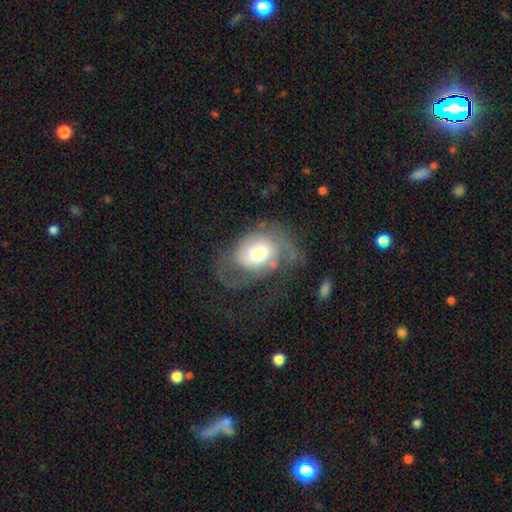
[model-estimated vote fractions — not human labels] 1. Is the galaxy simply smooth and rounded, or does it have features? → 63% featured or disk, 30% smooth, 7% star or artifact.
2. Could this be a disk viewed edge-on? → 96% no, 4% yes.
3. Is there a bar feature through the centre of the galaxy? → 68% no, 26% weak, 6% strong.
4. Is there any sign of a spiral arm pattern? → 80% yes, 20% no.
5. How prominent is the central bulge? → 58% moderate, 22% large, 15% small, 3% dominant, 2% none.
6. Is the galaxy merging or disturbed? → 39% major disturbance, 38% none, 21% minor disturbance, 3% merger.